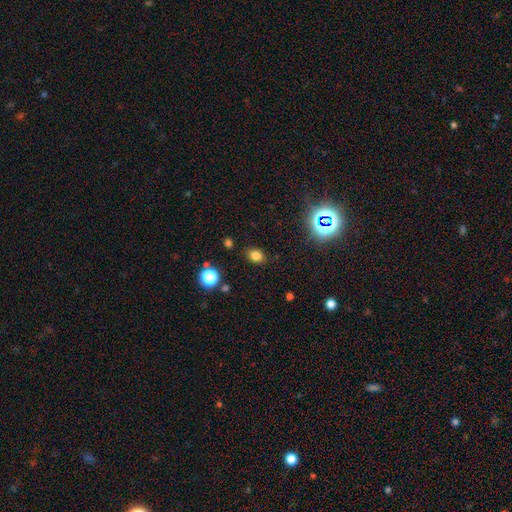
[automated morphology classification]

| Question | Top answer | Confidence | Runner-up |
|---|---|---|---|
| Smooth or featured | smooth | 77% | star or artifact (17%) |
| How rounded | in between | 65% | round (33%) |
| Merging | none | 84% | minor disturbance (10%) |